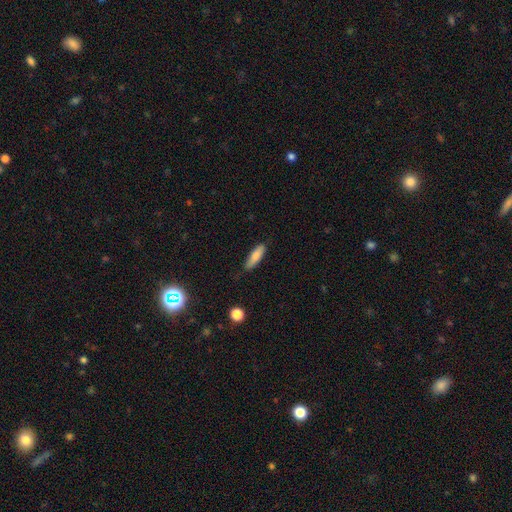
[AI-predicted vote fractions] Smooth or featured? smooth (78%)
How rounded? cigar-shaped (57%)
Merging? none (81%)